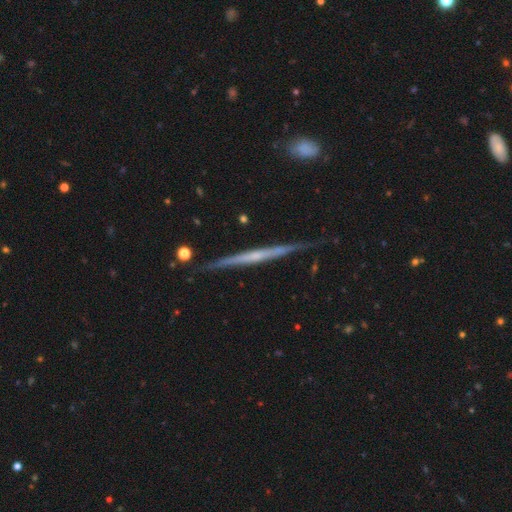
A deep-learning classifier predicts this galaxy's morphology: smooth-or-featured: featured or disk: 73% | smooth: 21% | star or artifact: 6%
  disk-edge-on: yes: 98% | no: 2%
    edge-on-bulge: none: 64% | rounded: 29% | boxy: 7%
  merging: none: 85% | minor disturbance: 11% | major disturbance: 2% | merger: 2%